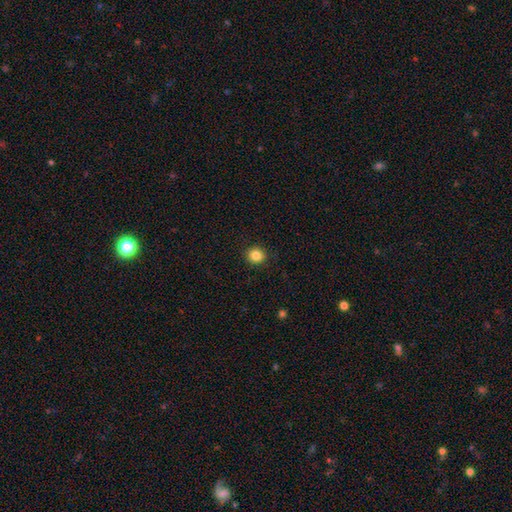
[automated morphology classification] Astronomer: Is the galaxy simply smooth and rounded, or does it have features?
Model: smooth — 85%.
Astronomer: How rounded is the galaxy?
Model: round — 89%.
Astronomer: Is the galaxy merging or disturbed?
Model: none — 92%.